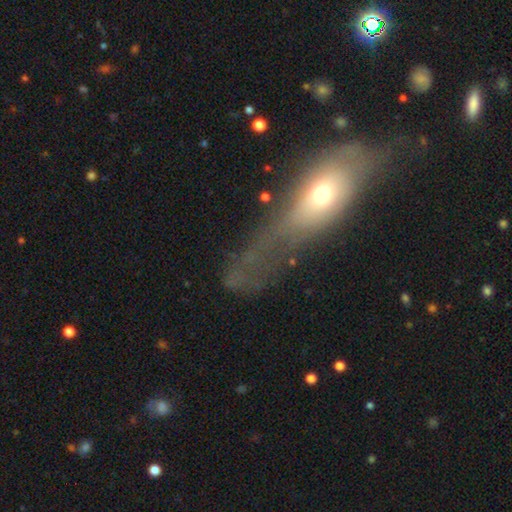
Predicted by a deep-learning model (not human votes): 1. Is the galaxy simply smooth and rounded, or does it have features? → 49% smooth, 34% featured or disk, 17% star or artifact.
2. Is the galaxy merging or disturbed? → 48% major disturbance, 27% none, 15% minor disturbance, 9% merger.